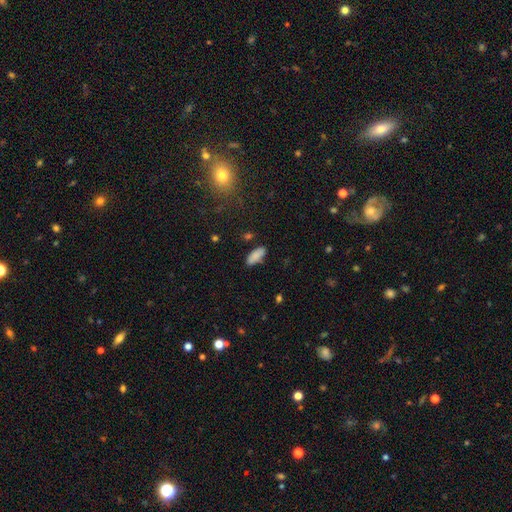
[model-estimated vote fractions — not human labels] Morphology: type=smooth (85%); roundness=in between (77%); merging=none (78%).